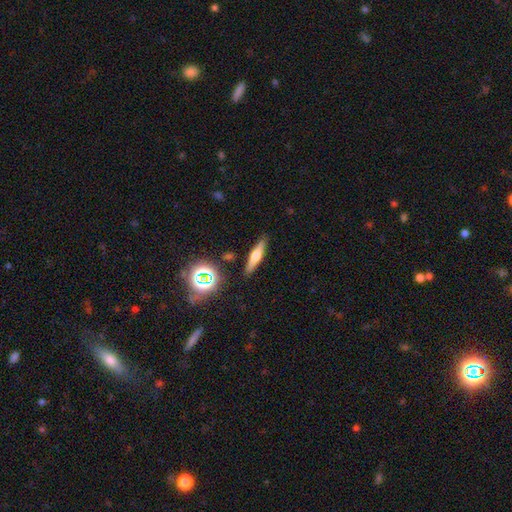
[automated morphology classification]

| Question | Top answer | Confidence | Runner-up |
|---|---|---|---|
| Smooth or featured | featured or disk | 51% | smooth (39%) |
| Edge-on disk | yes | 93% | no (7%) |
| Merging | none | 88% | minor disturbance (8%) |